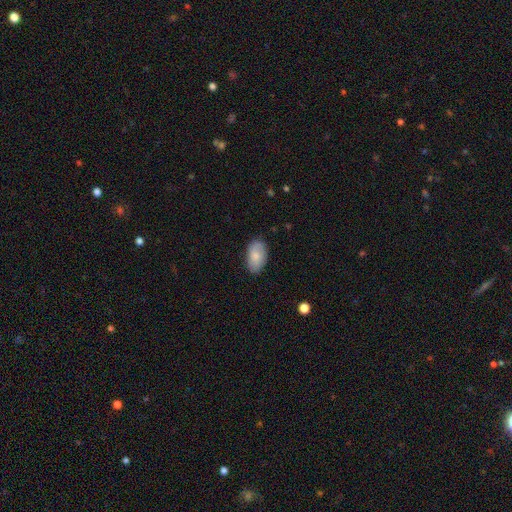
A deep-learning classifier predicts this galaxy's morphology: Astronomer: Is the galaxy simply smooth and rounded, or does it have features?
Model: smooth — 80%.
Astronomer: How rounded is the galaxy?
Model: in between — 94%.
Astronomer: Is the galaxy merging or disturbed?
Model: none — 81%.